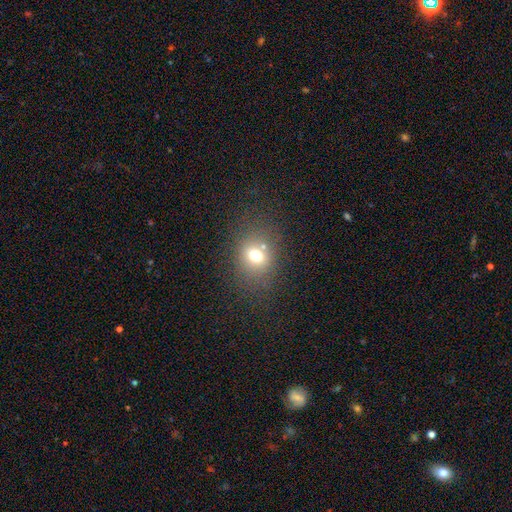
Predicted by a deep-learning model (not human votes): Overall: smooth (68%). How rounded: round (60%; in between 39%). Merging: none (70%).